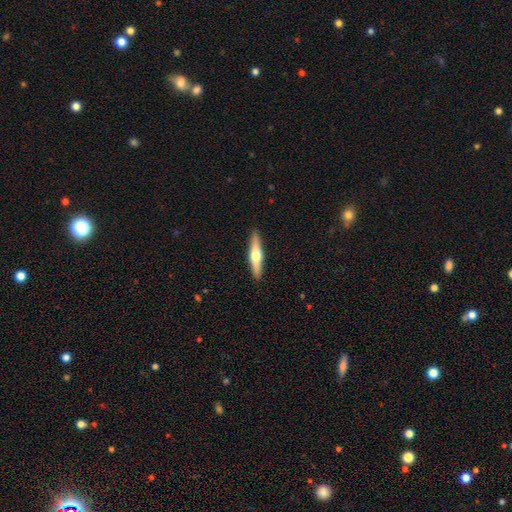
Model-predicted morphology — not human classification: featured or disk 54%, smooth 41%, star or artifact 5%. Down the decision tree: edge-on disk — yes (95%); edge-on bulge — rounded (94%); merging — none (91%).